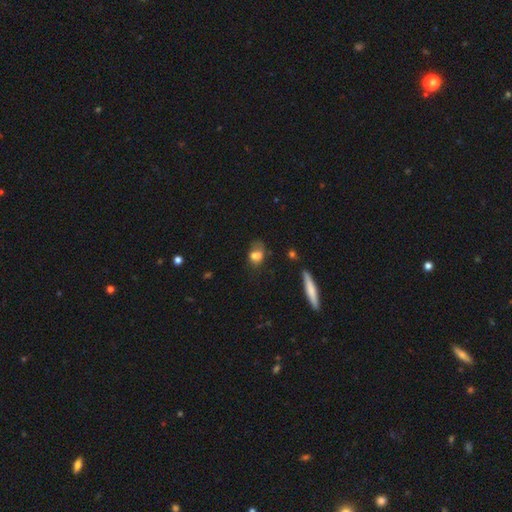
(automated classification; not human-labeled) Q: Smooth or featured?
A: smooth (71%); runner-up: featured or disk (17%)
Q: How rounded?
A: in between (67%); runner-up: round (29%)
Q: Merging?
A: none (40%); runner-up: minor disturbance (27%)